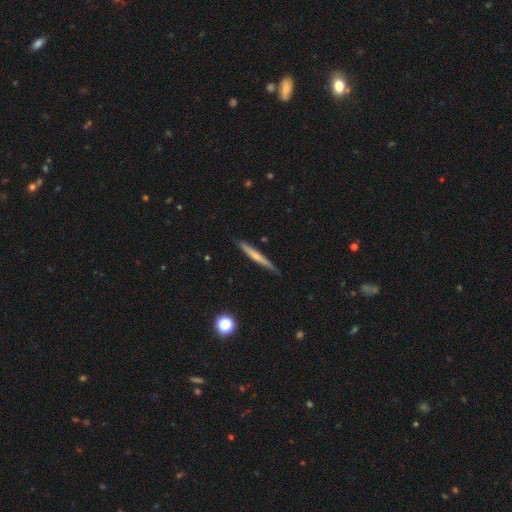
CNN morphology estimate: A smooth galaxy with no disk features (48%).

Vote fractions:
- Smooth or featured? smooth: 48% / featured or disk: 46% / star or artifact: 6%
- Merging? none: 83% / minor disturbance: 13% / major disturbance: 2% / merger: 2%